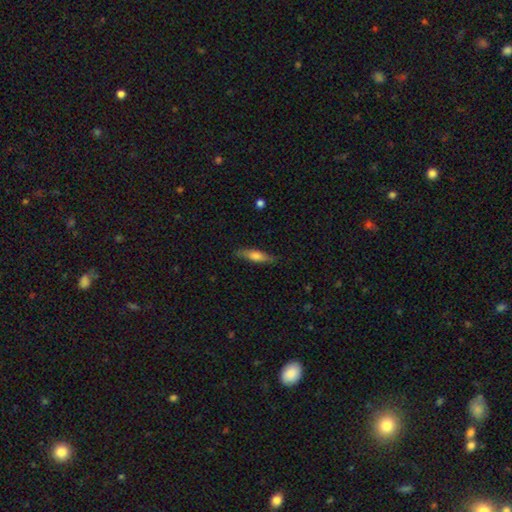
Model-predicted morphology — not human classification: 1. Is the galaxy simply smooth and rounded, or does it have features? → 64% smooth, 30% featured or disk, 6% star or artifact.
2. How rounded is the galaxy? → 68% cigar-shaped, 30% in between, 2% round.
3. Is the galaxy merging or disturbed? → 82% none, 13% minor disturbance, 3% major disturbance, 1% merger.